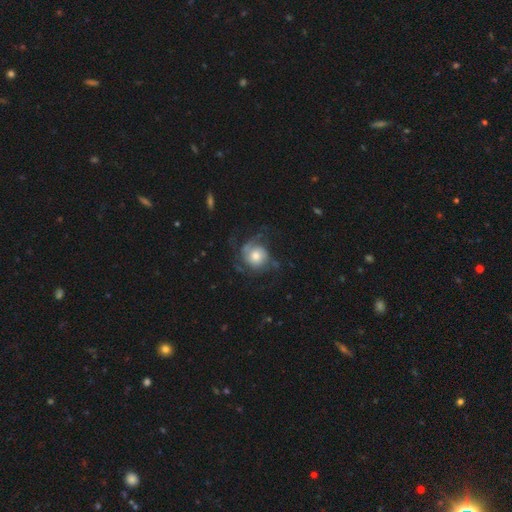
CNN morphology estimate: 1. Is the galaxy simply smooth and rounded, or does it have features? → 60% featured or disk, 32% smooth, 8% star or artifact.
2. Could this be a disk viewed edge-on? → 97% no, 3% yes.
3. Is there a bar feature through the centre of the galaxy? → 80% no, 17% weak, 3% strong.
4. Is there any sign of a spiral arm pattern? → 85% yes, 15% no.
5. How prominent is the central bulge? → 57% moderate, 23% large, 15% small, 3% dominant, 2% none.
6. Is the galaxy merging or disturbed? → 55% none, 24% major disturbance, 19% minor disturbance, 2% merger.